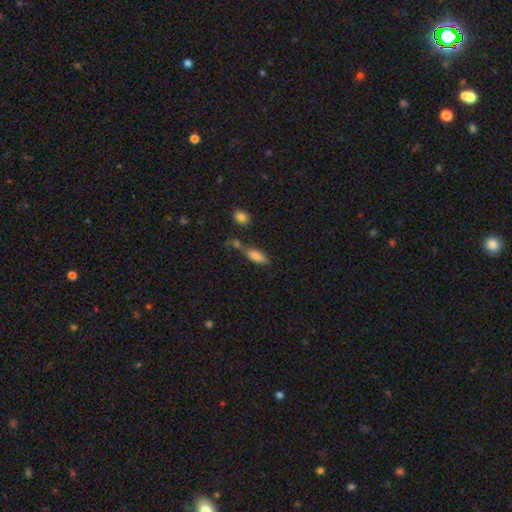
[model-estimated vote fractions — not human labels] smooth_or_featured: smooth (p=0.80) [alt: featured or disk p=0.11]
how_rounded: in between (p=0.76) [alt: cigar-shaped p=0.21]
merging: none (p=0.43) [alt: merger p=0.31]